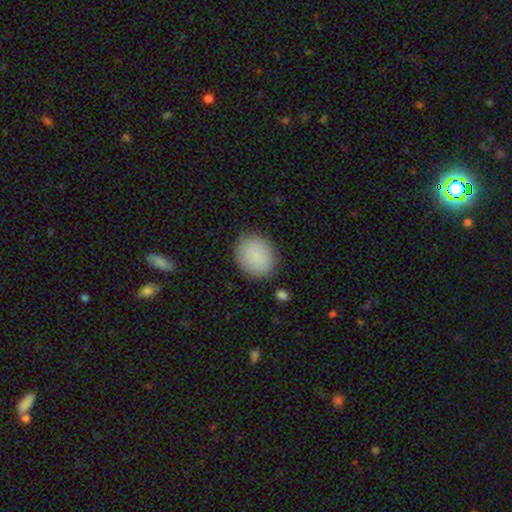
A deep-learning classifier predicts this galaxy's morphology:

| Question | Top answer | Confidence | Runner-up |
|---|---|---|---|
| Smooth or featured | smooth | 87% | star or artifact (7%) |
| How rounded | round | 53% | in between (46%) |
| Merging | none | 86% | minor disturbance (10%) |